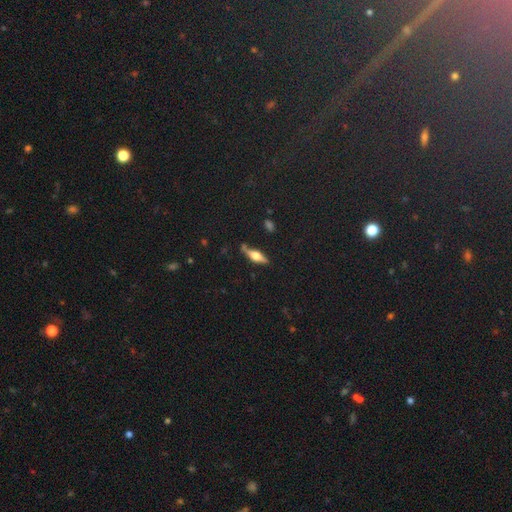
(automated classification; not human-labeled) Smooth or featured? Predicted: featured or disk (p=0.55). Edge-on disk? Predicted: yes (p=0.92). Edge-on bulge? Predicted: rounded (p=0.91). Merging? Predicted: none (p=0.76).